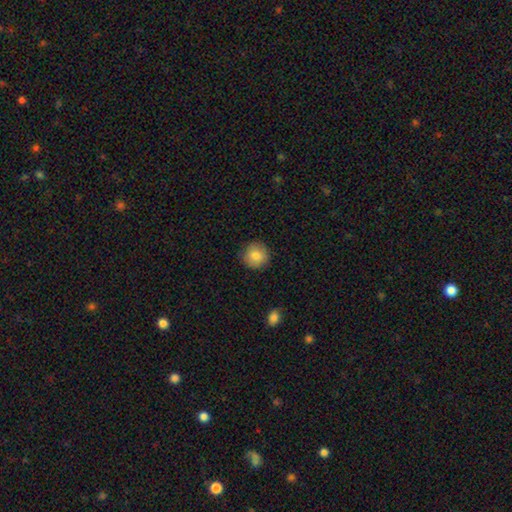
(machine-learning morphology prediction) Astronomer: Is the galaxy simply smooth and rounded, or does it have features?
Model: smooth — 82%.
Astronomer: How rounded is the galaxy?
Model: round — 94%.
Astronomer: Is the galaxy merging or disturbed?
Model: none — 88%.